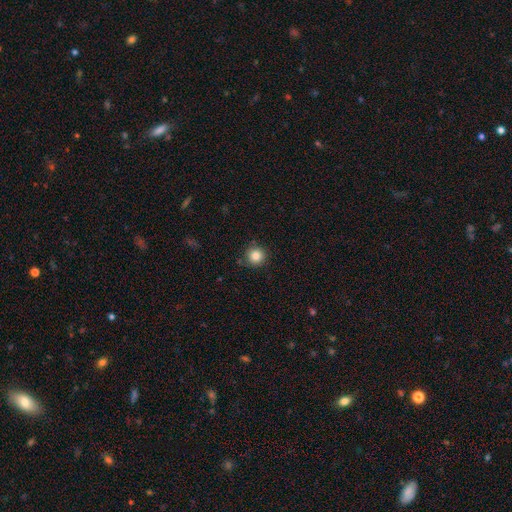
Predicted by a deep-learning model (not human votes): Smooth or featured? smooth (84%)
How rounded? round (95%)
Merging? none (85%)